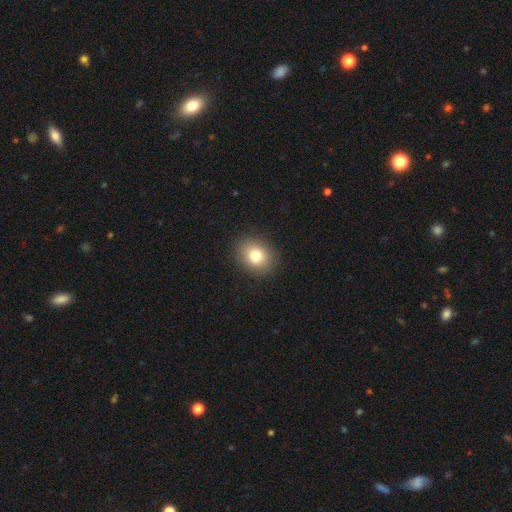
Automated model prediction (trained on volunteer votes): Q: Smooth or featured?
A: smooth (81%); runner-up: star or artifact (10%)
Q: How rounded?
A: in between (53%); runner-up: round (46%)
Q: Merging?
A: none (88%); runner-up: minor disturbance (8%)